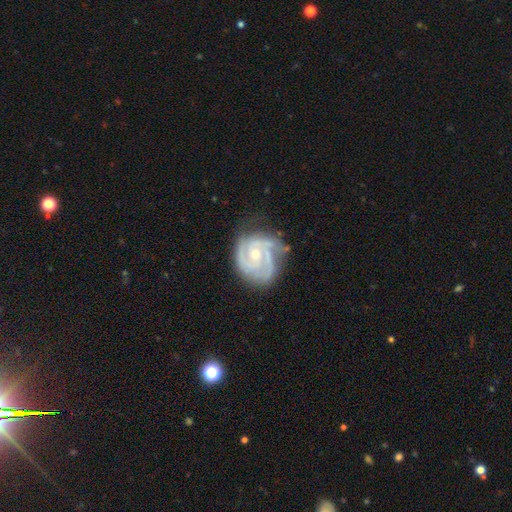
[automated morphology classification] Q: Smooth or featured?
A: featured or disk (91%); runner-up: smooth (5%)
Q: Edge-on disk?
A: no (98%); runner-up: yes (2%)
Q: Bar?
A: no (65%); runner-up: weak (29%)
Q: Spiral arms?
A: yes (98%); runner-up: no (2%)
Q: Spiral winding?
A: tight (61%); runner-up: medium (35%)
Q: Spiral arm count?
A: 3 (51%); runner-up: 2 (27%)
Q: Bulge size?
A: small (57%); runner-up: moderate (39%)
Q: Merging?
A: none (64%); runner-up: minor disturbance (25%)